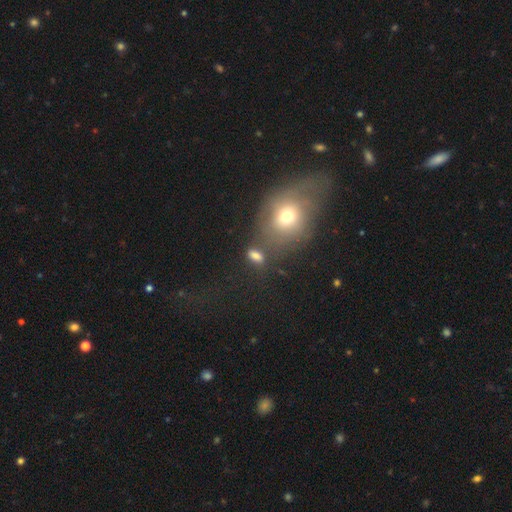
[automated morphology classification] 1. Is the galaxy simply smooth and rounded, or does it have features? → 73% smooth, 16% star or artifact, 10% featured or disk.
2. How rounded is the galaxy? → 75% in between, 18% round, 7% cigar-shaped.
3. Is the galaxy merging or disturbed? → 62% none, 16% merger, 15% minor disturbance, 8% major disturbance.